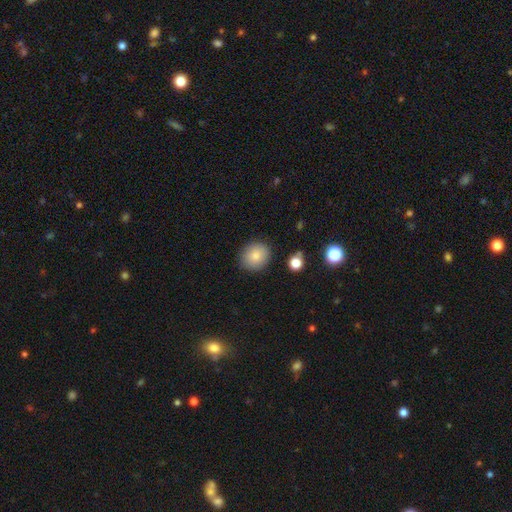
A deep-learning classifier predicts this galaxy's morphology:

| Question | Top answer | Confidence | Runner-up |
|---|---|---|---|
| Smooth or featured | smooth | 83% | star or artifact (9%) |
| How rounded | round | 76% | in between (23%) |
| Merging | none | 87% | minor disturbance (9%) |